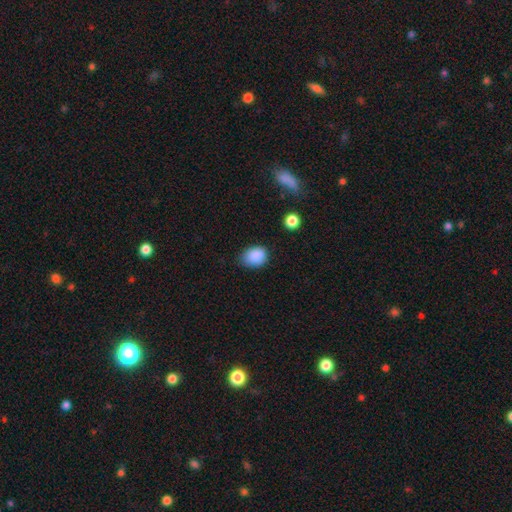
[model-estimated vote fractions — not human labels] Overall: smooth (87%). How rounded: in between (62%; round 37%). Merging: none (67%).